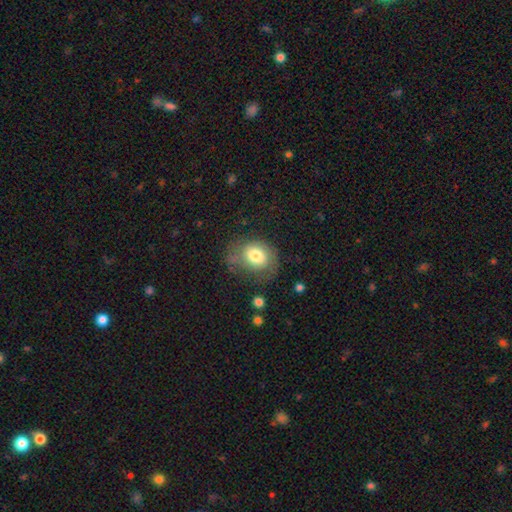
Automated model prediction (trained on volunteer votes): Overall: smooth (68%). How rounded: in between (50%; round 49%). Merging: none (51%; minor disturbance 27%).